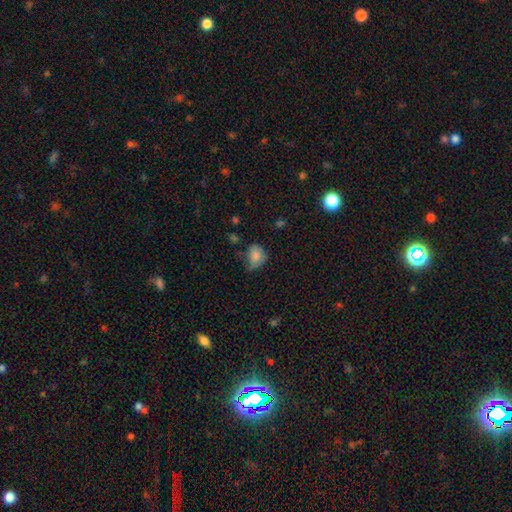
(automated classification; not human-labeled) Morphology: type=smooth (79%); roundness=round (52%); merging=none (44%).